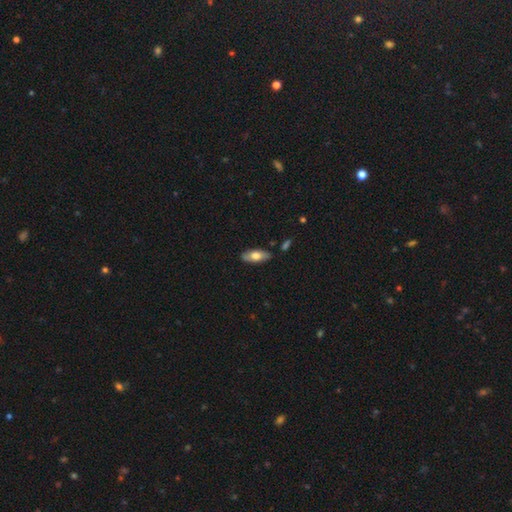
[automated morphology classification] This appears to be a smooth galaxy with no disk features (66%) that is in between round and cigar-shaped (81%). Merging: none (84%).